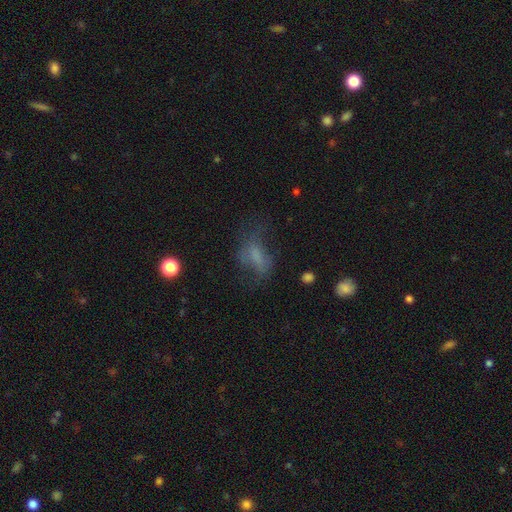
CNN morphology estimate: A smooth galaxy with no disk features (52%) that is in between round and cigar-shaped (79%). Merging: none (40%).